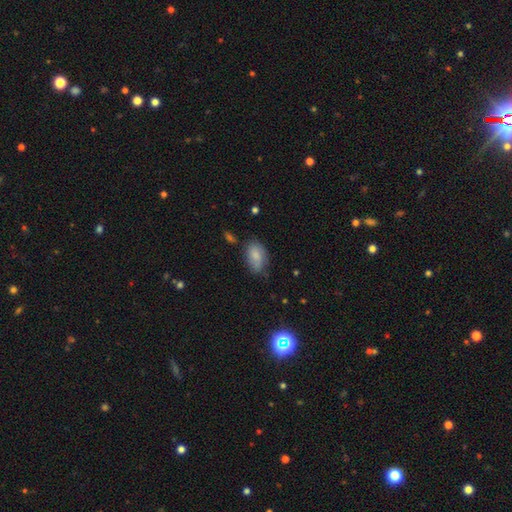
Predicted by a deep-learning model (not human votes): A smooth galaxy with no disk features (81%) that is in between round and cigar-shaped (91%). Merging: none (58%).